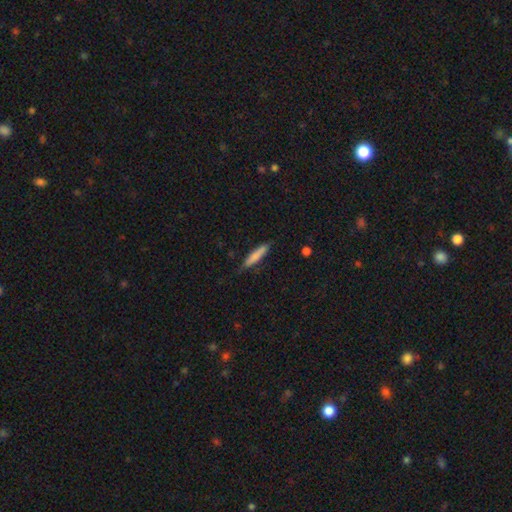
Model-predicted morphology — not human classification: Smooth or featured?
  - smooth: 78% *
  - featured or disk: 16%
  - star or artifact: 6%
How rounded?
  - cigar-shaped: 89% *
  - in between: 10%
  - round: 1%
Merging?
  - none: 79% *
  - minor disturbance: 17%
  - major disturbance: 3%
  - merger: 2%